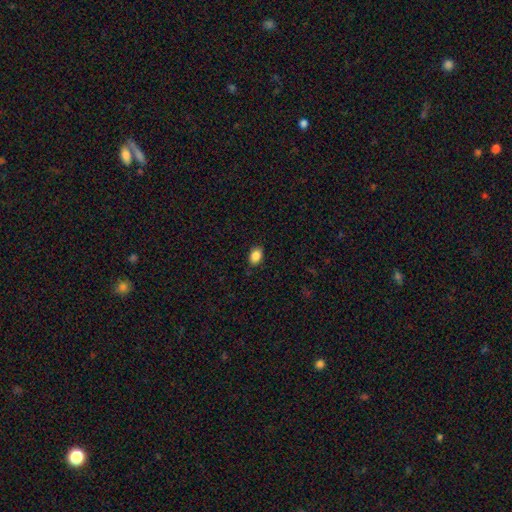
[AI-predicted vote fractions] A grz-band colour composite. It shows a smooth galaxy with no disk features (88%) that is in between round and cigar-shaped (80%). Merging: none (85%).